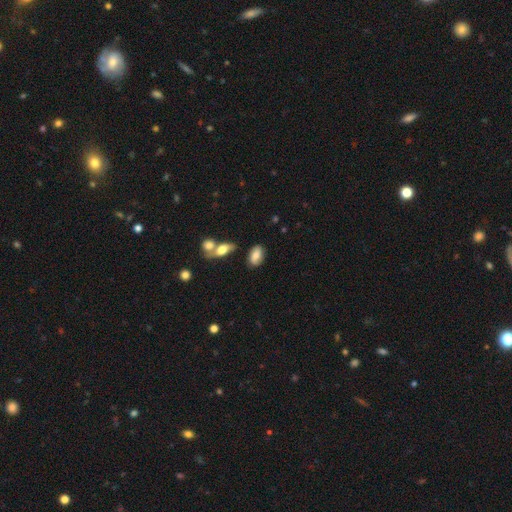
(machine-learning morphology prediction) Smooth or featured? Predicted: smooth (p=0.73). How rounded? Predicted: in between (p=0.89). Merging? Predicted: none (p=0.74).